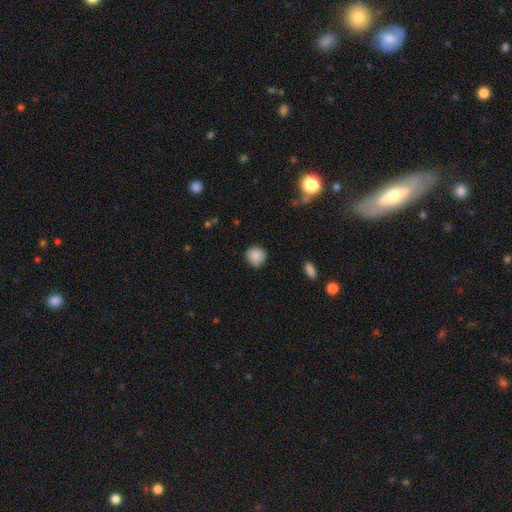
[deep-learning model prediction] smooth_or_featured: smooth (p=0.88) [alt: star or artifact p=0.08]
how_rounded: round (p=0.90) [alt: in between p=0.09]
merging: none (p=0.84) [alt: minor disturbance p=0.12]